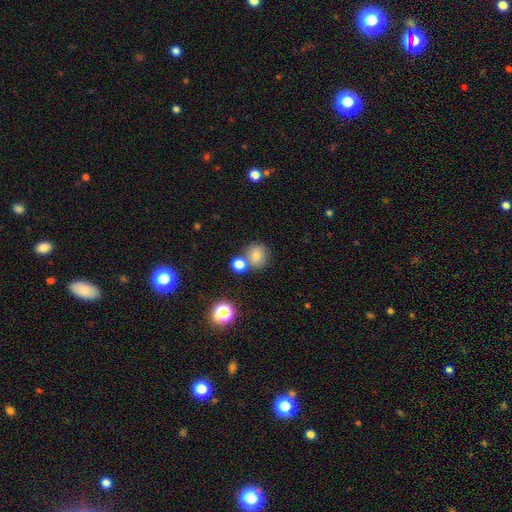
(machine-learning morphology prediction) A smooth galaxy with no disk features (76%) that is round (80%). Merging: none (59%).